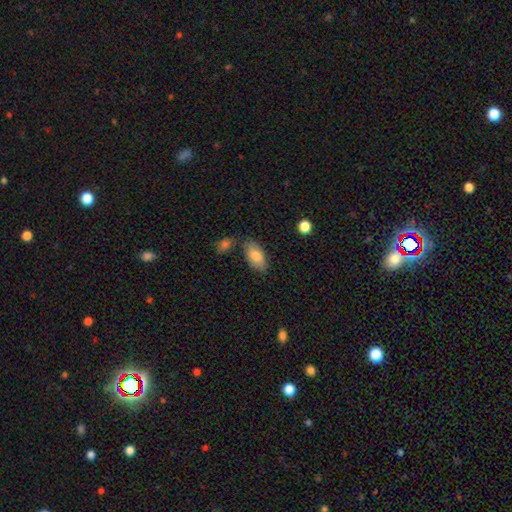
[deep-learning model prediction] Q: Smooth or featured?
A: smooth (82%); runner-up: featured or disk (11%)
Q: How rounded?
A: in between (94%); runner-up: cigar-shaped (4%)
Q: Merging?
A: none (74%); runner-up: minor disturbance (15%)